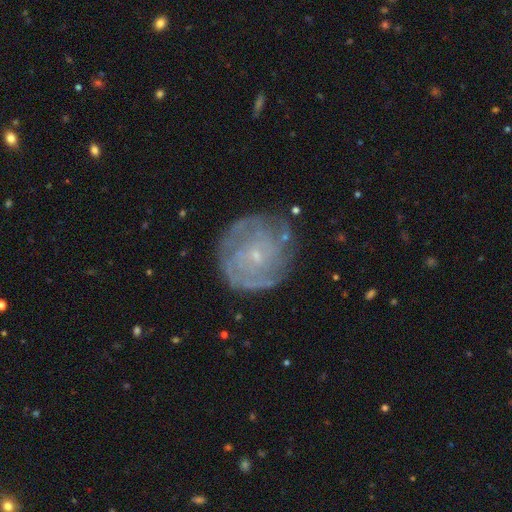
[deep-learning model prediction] A featured or disk galaxy (75%) with no bar (75%), tight (70%) spiral arms (84%) and a small central bulge (84%). Merging: none (75%).